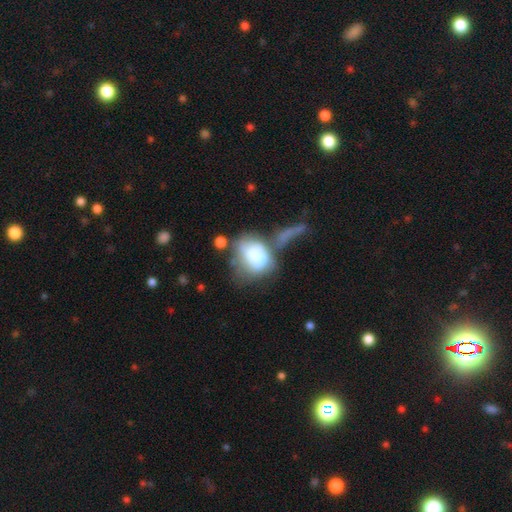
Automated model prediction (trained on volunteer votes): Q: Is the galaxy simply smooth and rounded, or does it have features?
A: smooth — 61%.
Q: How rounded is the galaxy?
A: in between — 65%.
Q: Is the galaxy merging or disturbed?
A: major disturbance — 34%, tied with merger.